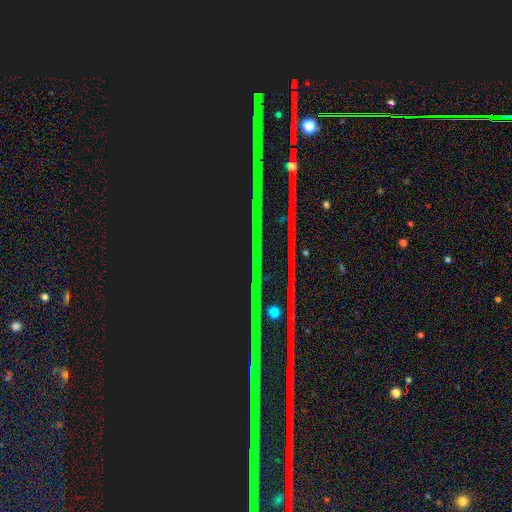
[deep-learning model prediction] Smooth or featured?
  - star or artifact: 90% *
  - featured or disk: 6%
  - smooth: 5%